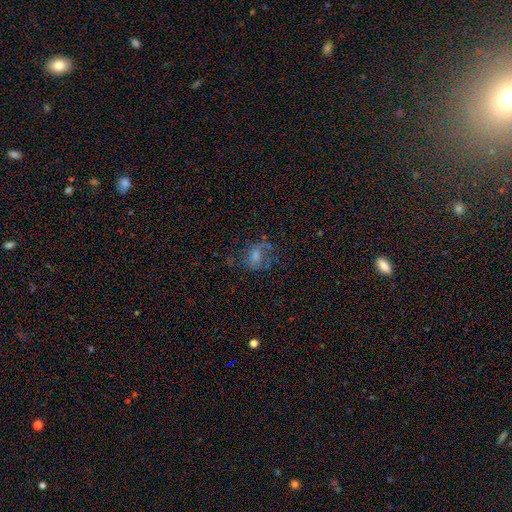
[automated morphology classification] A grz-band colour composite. It shows a featured or disk galaxy (45%). Merging: none (49%).